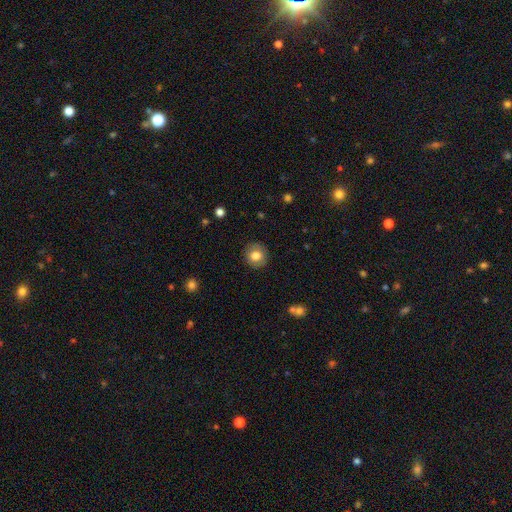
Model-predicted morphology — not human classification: Smooth or featured: smooth — 78% (featured or disk — 14%)
How rounded: round — 89% (in between — 11%)
Merging: none — 88% (minor disturbance — 8%)